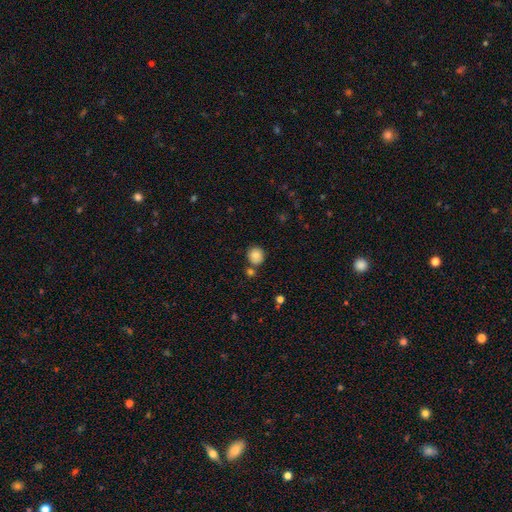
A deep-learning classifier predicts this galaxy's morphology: This is clearly a smooth galaxy (84%). How rounded: clearly round (86%). Merging: likely none (70%).